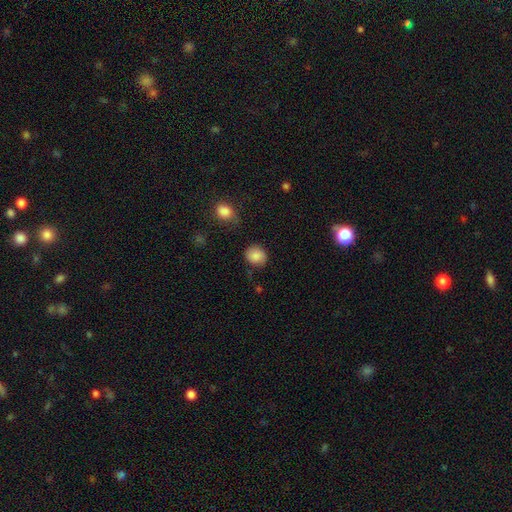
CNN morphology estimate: A smooth galaxy with no disk features (87%) that is round (78%). Merging: none (81%).